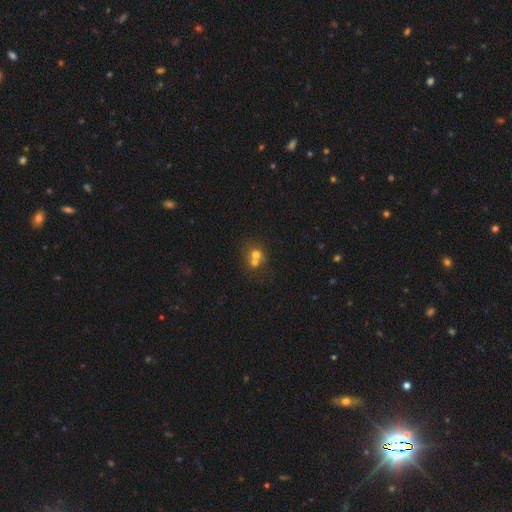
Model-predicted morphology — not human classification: A smooth galaxy with no disk features (62%) that is round (77%).

Vote fractions:
- Smooth or featured? smooth: 62% / featured or disk: 21% / star or artifact: 16%
- How rounded? round: 77% / in between: 22% / cigar-shaped: 1%
- Merging? merger: 58% / none: 33% / minor disturbance: 6% / major disturbance: 3%